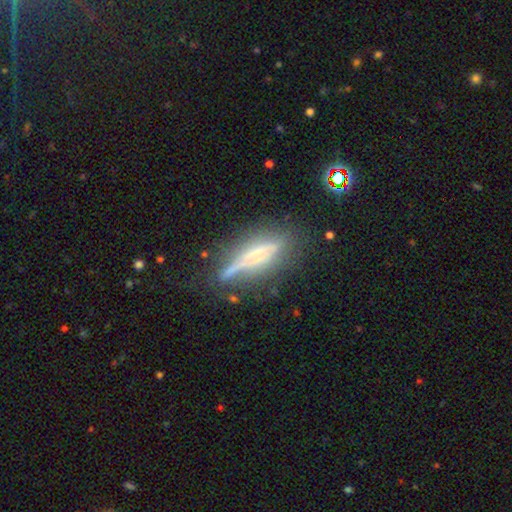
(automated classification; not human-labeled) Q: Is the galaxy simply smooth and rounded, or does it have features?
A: featured or disk — 64%.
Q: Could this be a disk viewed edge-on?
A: yes — 89%.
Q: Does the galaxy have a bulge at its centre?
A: rounded — 42%.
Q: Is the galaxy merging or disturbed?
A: none — 67%.